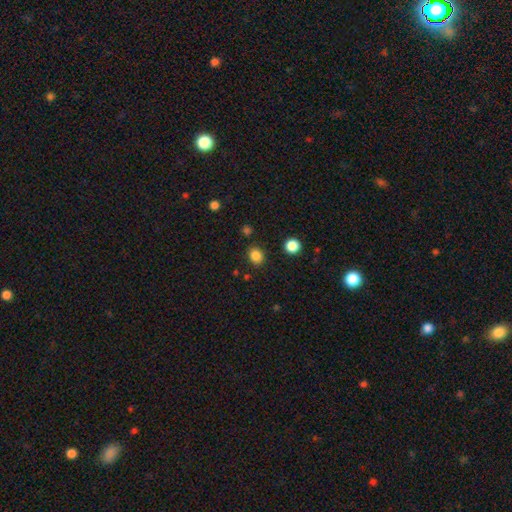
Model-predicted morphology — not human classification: Q: Smooth or featured?
A: smooth (84%); runner-up: star or artifact (12%)
Q: How rounded?
A: round (63%); runner-up: in between (36%)
Q: Merging?
A: none (86%); runner-up: minor disturbance (9%)